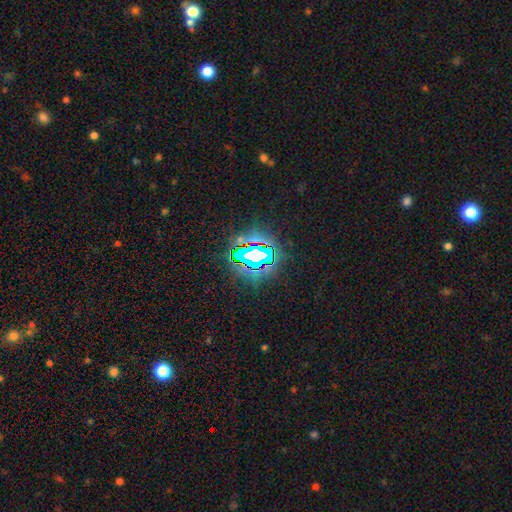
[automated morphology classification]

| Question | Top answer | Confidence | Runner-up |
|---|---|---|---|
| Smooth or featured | star or artifact | 71% | smooth (17%) |